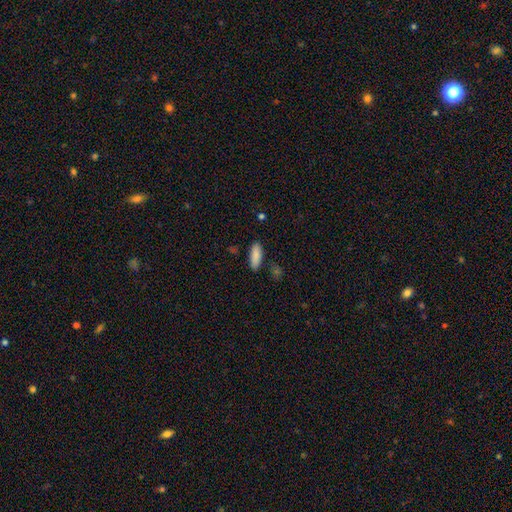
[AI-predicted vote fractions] This is clearly a smooth galaxy (88%). How rounded: likely in between (61%). Merging: clearly none (85%).